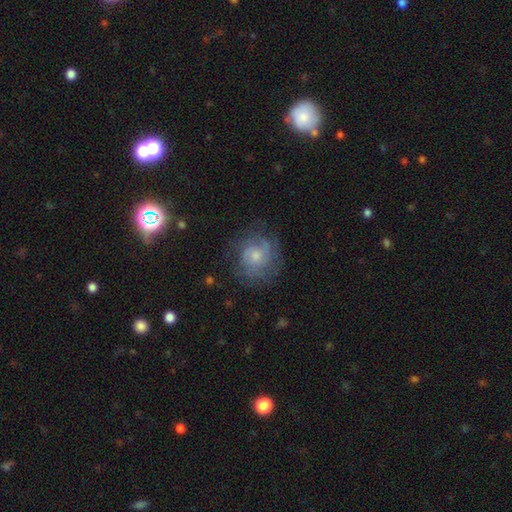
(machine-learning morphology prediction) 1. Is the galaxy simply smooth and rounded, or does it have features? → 59% featured or disk, 32% smooth, 9% star or artifact.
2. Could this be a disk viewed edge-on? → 97% no, 3% yes.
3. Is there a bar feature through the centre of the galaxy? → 77% no, 20% weak, 3% strong.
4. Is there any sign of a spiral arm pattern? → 80% yes, 20% no.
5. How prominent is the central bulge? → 48% moderate, 40% small, 5% none, 5% large, 1% dominant.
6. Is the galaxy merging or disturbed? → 67% none, 19% minor disturbance, 12% major disturbance, 1% merger.